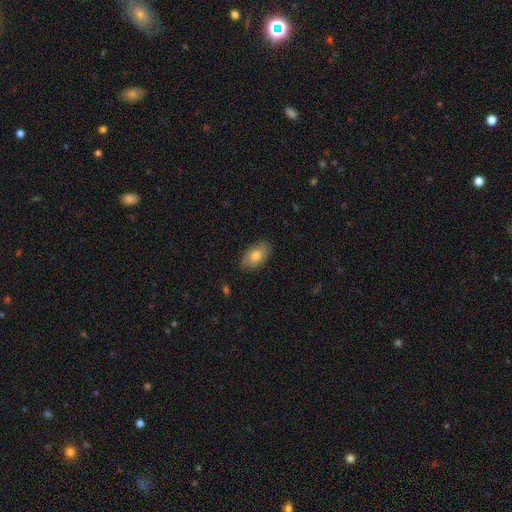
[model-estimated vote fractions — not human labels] This is likely a smooth galaxy (76%). How rounded: clearly in between (92%). Merging: clearly none (85%).